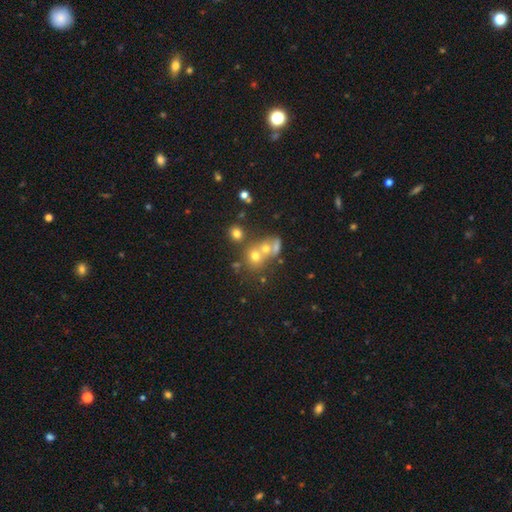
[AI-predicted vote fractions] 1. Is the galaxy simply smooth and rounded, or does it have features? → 59% smooth, 22% featured or disk, 20% star or artifact.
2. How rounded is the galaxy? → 75% round, 24% in between, 1% cigar-shaped.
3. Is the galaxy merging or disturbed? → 46% merger, 39% none, 9% minor disturbance, 6% major disturbance.